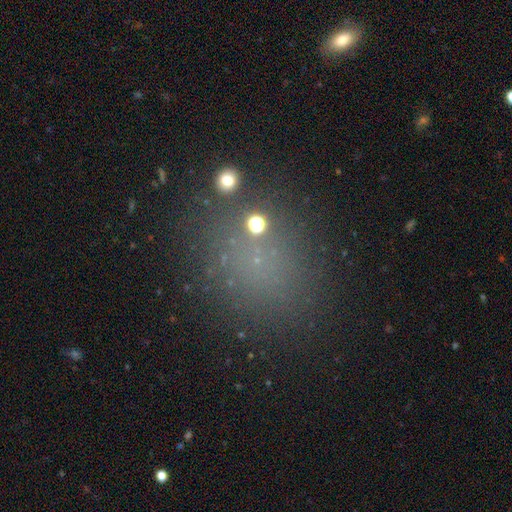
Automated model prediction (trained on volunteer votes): smooth_or_featured: smooth (p=0.57) [alt: star or artifact p=0.32]
how_rounded: round (p=0.62) [alt: in between p=0.36]
merging: none (p=0.80) [alt: minor disturbance p=0.10]